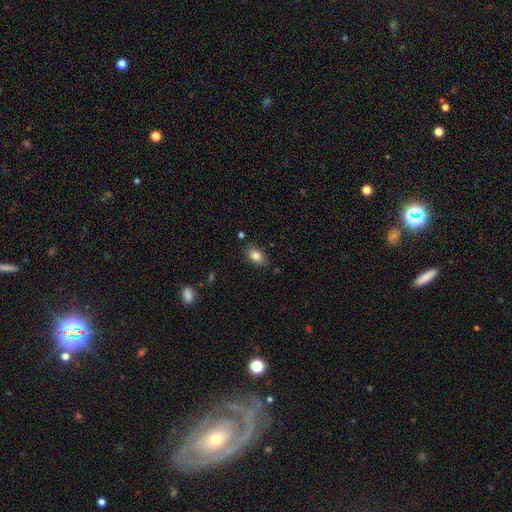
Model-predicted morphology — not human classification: type=smooth (83%); roundness=in between (82%); merging=none (81%).